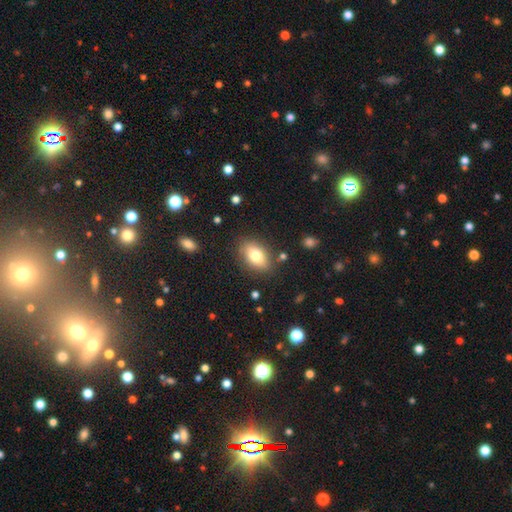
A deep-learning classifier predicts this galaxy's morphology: Q: Smooth or featured?
A: smooth (78%); runner-up: featured or disk (14%)
Q: How rounded?
A: in between (87%); runner-up: round (10%)
Q: Merging?
A: none (82%); runner-up: minor disturbance (12%)